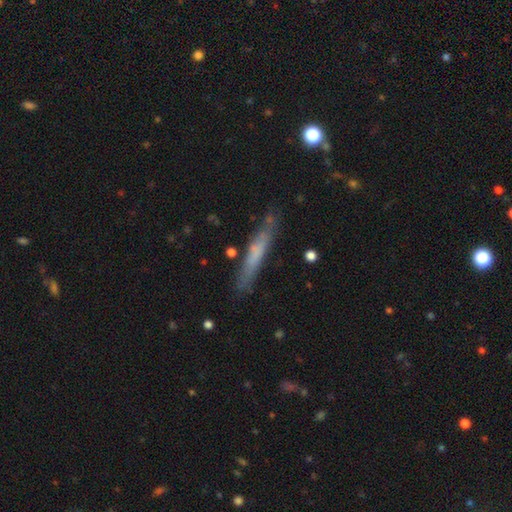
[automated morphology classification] Smooth or featured? smooth (53%)
How rounded? cigar-shaped (94%)
Merging? none (79%)